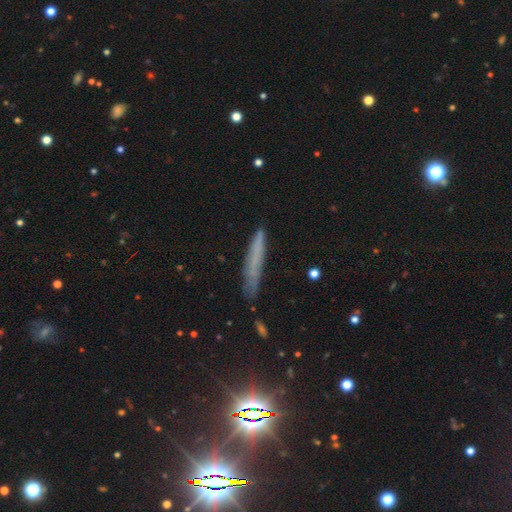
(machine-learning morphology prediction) The model was most divided on "smooth or featured": smooth: 59%, featured or disk: 29%, star or artifact: 12%. More confident: how rounded — cigar-shaped (94%); merging — none (74%).